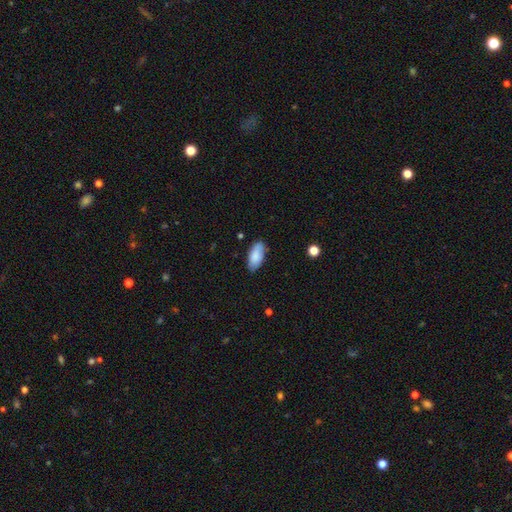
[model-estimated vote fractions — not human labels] Overall: smooth (84%). How rounded: in between (91%). Merging: none (79%).